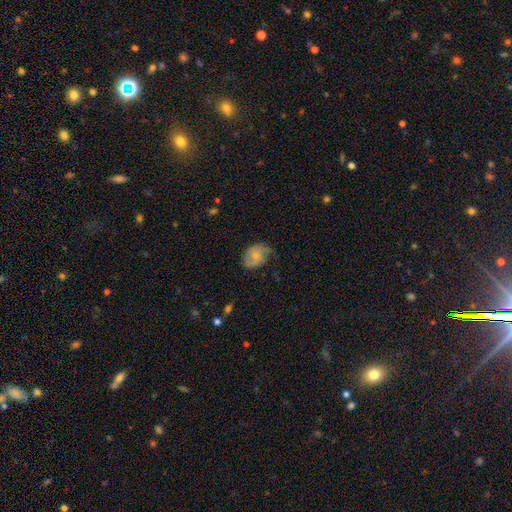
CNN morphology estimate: A smooth galaxy with no disk features (57%) that is in between round and cigar-shaped (75%). Merging: none (59%).